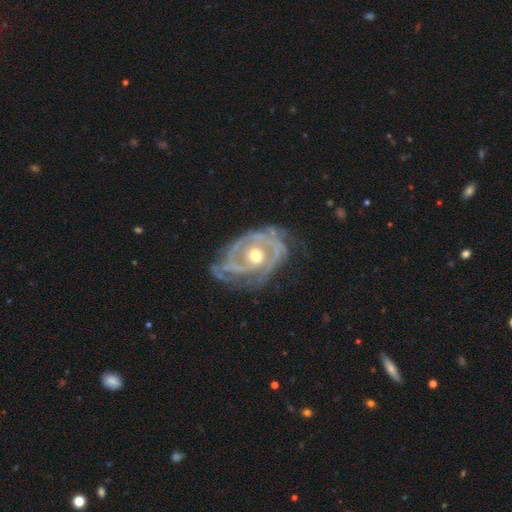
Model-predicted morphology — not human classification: Q: Smooth or featured?
A: featured or disk (89%); runner-up: smooth (6%)
Q: Edge-on disk?
A: no (97%); runner-up: yes (3%)
Q: Bar?
A: no (76%); runner-up: weak (18%)
Q: Spiral arms?
A: yes (92%); runner-up: no (8%)
Q: Spiral winding?
A: tight (62%); runner-up: medium (29%)
Q: Spiral arm count?
A: 2 (37%); runner-up: can't tell (25%)
Q: Bulge size?
A: moderate (71%); runner-up: small (22%)
Q: Merging?
A: none (57%); runner-up: minor disturbance (25%)